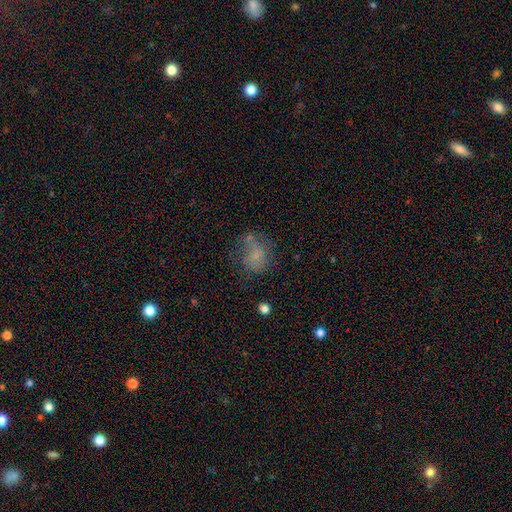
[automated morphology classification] type=smooth (60%); roundness=round (61%); merging=none (43%).